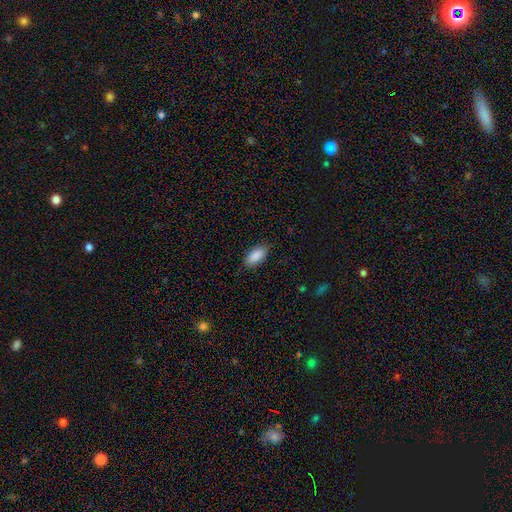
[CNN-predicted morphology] The model was most divided on "merging": none: 85%, minor disturbance: 11%, major disturbance: 2%, merger: 1%. More confident: how rounded — in between (91%); smooth or featured — smooth (89%).